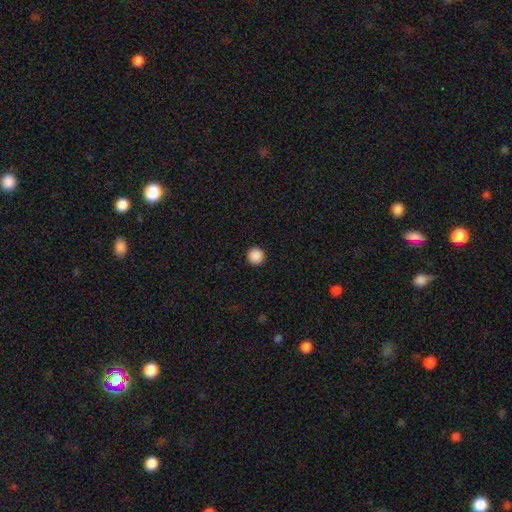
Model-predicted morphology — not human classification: smooth_or_featured: smooth (p=0.89) [alt: star or artifact p=0.09]
how_rounded: round (p=0.96) [alt: in between p=0.03]
merging: none (p=0.94) [alt: minor disturbance p=0.04]